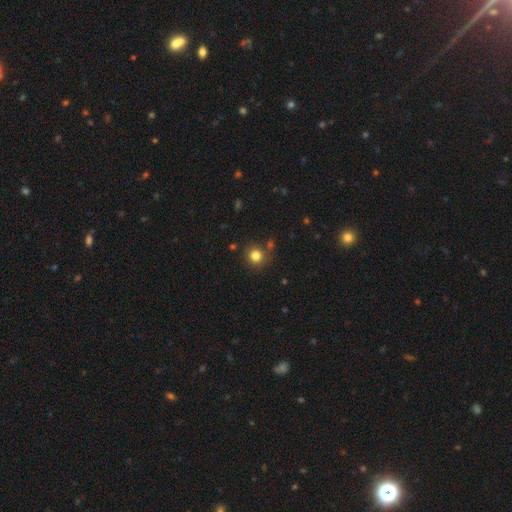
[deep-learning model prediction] This appears to be a smooth galaxy with no disk features (82%) that is round (89%). Merging: none (80%).